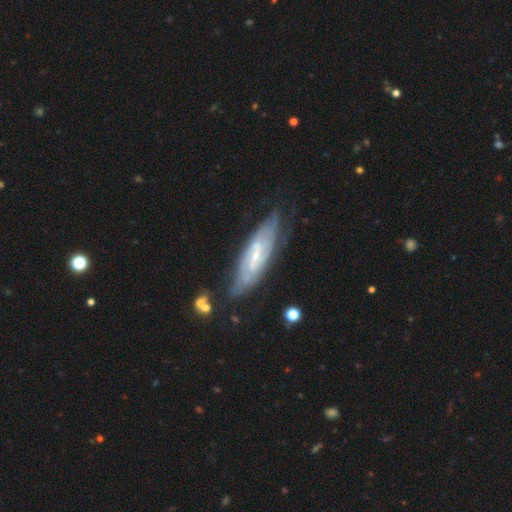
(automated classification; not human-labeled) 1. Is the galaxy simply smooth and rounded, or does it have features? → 81% featured or disk, 13% smooth, 6% star or artifact.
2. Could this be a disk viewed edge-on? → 81% no, 19% yes.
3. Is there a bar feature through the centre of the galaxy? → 46% weak, 28% no, 26% strong.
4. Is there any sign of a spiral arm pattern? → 90% yes, 10% no.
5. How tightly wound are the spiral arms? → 55% tight, 34% medium, 11% loose.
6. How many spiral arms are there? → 41% can't tell, 40% 2, 8% 3, 4% 4, 3% 1, 3% more than 4.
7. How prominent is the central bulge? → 68% small, 25% moderate, 4% none, 1% large, 1% dominant.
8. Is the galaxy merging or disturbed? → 70% none, 20% minor disturbance, 7% major disturbance, 3% merger.